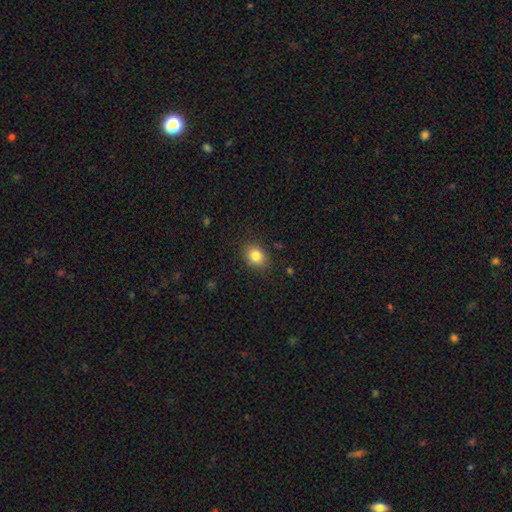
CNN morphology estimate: Smooth or featured: smooth — 84% (star or artifact — 10%)
How rounded: in between — 51% (round — 48%)
Merging: none — 86% (minor disturbance — 10%)